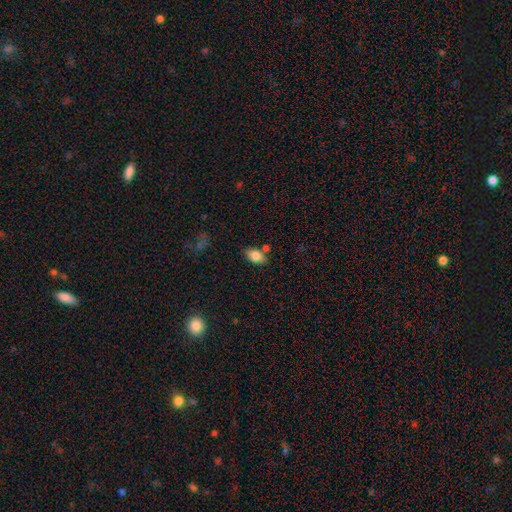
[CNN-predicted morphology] smooth-or-featured: smooth: 80% | featured or disk: 12% | star or artifact: 8%
  how-rounded: in between: 87% | round: 10% | cigar-shaped: 3%
  merging: none: 73% | minor disturbance: 14% | merger: 9% | major disturbance: 3%